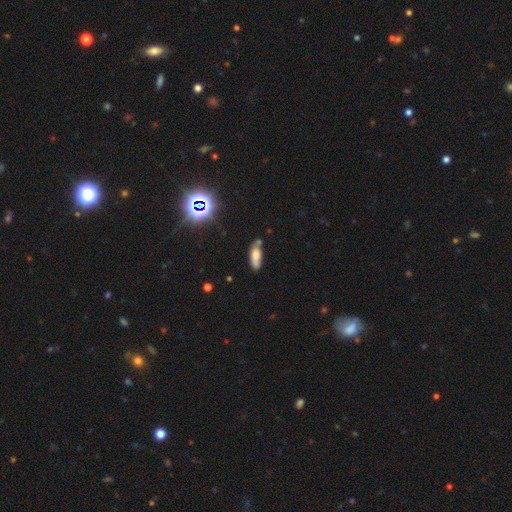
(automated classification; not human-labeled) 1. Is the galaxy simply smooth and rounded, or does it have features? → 70% smooth, 17% featured or disk, 13% star or artifact.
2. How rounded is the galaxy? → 66% in between, 31% cigar-shaped, 3% round.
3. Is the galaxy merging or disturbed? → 52% none, 28% minor disturbance, 11% merger, 8% major disturbance.